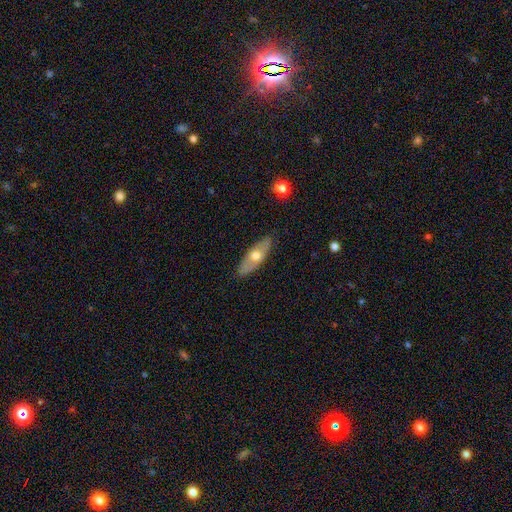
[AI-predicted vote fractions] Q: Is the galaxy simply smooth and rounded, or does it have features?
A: smooth — 49%.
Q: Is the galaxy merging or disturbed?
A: none — 86%.